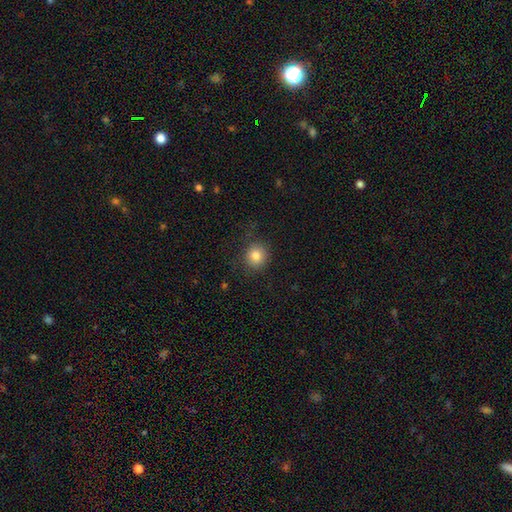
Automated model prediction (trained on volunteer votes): smooth_or_featured: smooth (p=0.82) [alt: star or artifact p=0.11]
how_rounded: round (p=0.87) [alt: in between p=0.12]
merging: none (p=0.84) [alt: minor disturbance p=0.11]